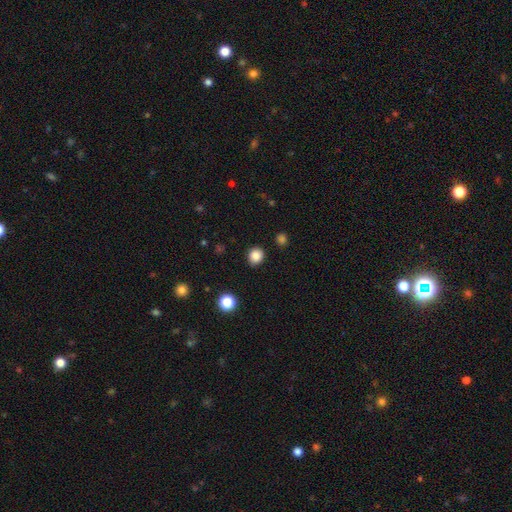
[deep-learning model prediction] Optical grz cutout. It shows a smooth galaxy with no disk features (86%) that is round (82%). Merging: none (87%).